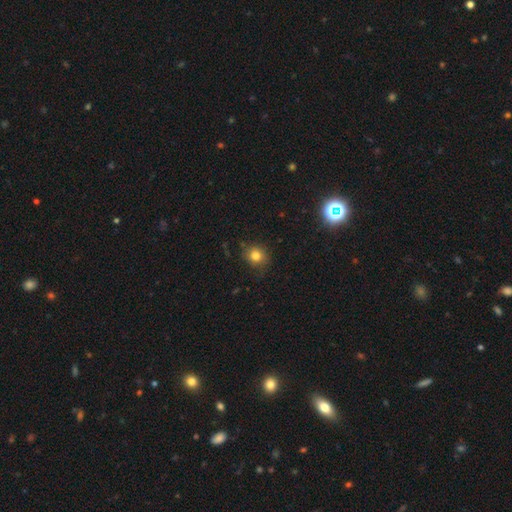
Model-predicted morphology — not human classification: type=smooth (79%); roundness=round (80%); merging=none (79%).